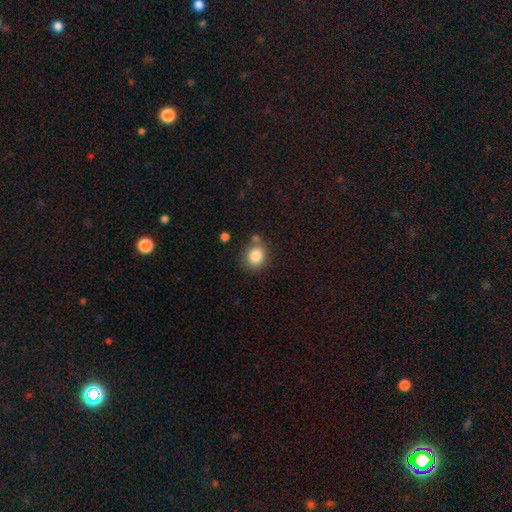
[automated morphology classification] A smooth galaxy with no disk features (84%) that is round (72%). Merging: none (72%).